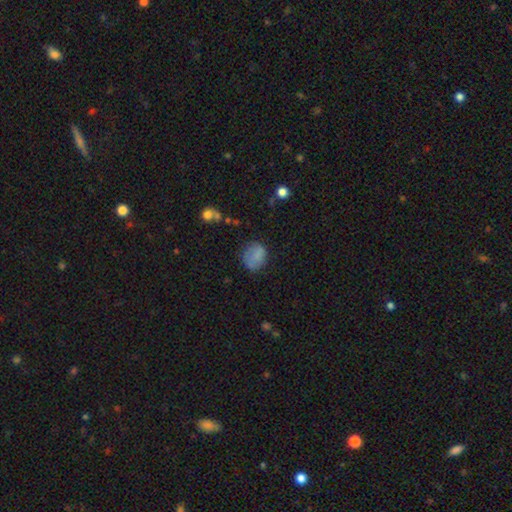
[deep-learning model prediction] Smooth or featured: smooth — 75% (featured or disk — 15%)
How rounded: round — 62% (in between — 37%)
Merging: none — 62% (minor disturbance — 25%)